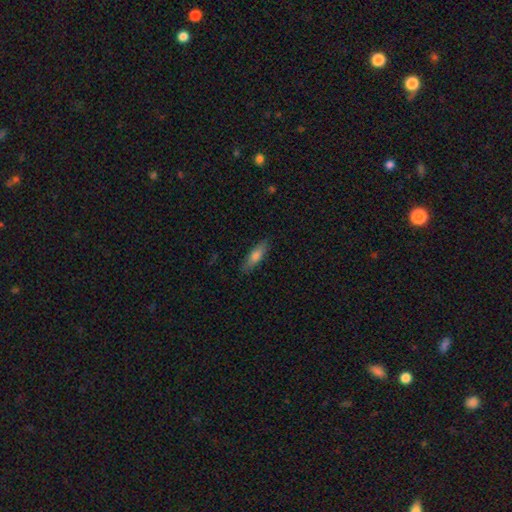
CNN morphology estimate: The model was most divided on "how rounded": cigar-shaped: 60%, in between: 38%, round: 2%. More confident: merging — none (87%); smooth or featured — smooth (70%).